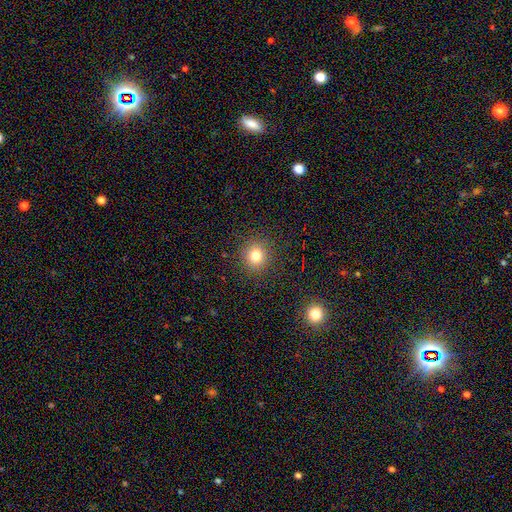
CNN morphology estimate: Q: Smooth or featured?
A: smooth (79%); runner-up: star or artifact (14%)
Q: How rounded?
A: round (87%); runner-up: in between (12%)
Q: Merging?
A: none (90%); runner-up: minor disturbance (6%)